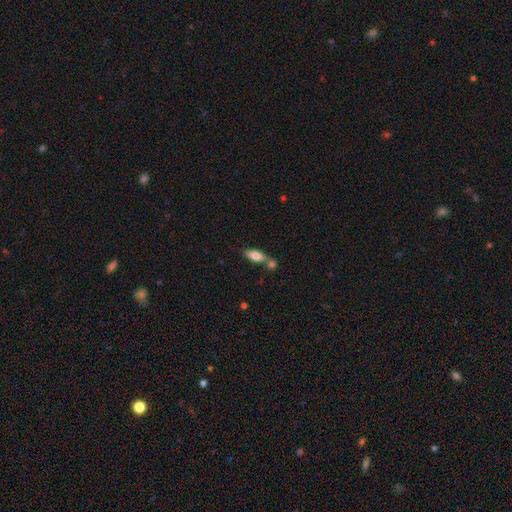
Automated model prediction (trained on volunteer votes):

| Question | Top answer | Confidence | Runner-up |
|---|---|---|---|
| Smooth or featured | smooth | 74% | featured or disk (19%) |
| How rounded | in between | 75% | cigar-shaped (22%) |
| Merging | none | 49% | merger (34%) |